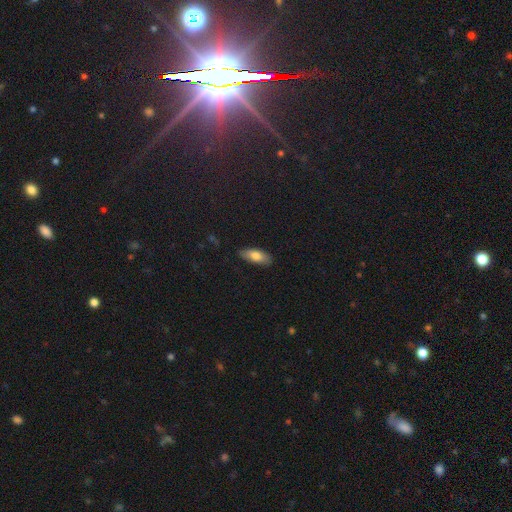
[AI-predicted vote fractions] smooth_or_featured: smooth (p=0.78) [alt: featured or disk p=0.15]
how_rounded: in between (p=0.80) [alt: cigar-shaped p=0.18]
merging: none (p=0.85) [alt: minor disturbance p=0.12]